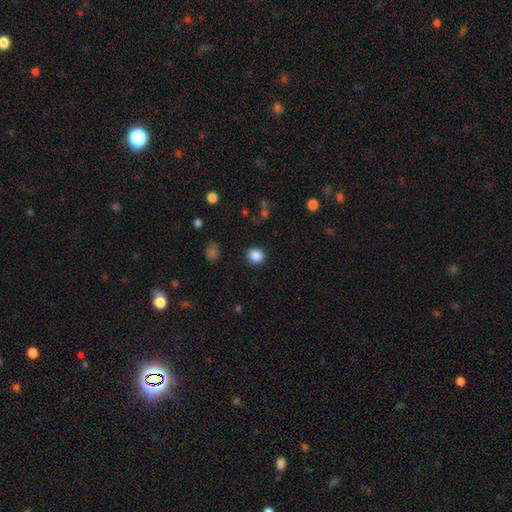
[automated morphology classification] Smooth or featured: smooth — 87% (star or artifact — 10%)
How rounded: round — 79% (in between — 20%)
Merging: none — 89% (minor disturbance — 7%)